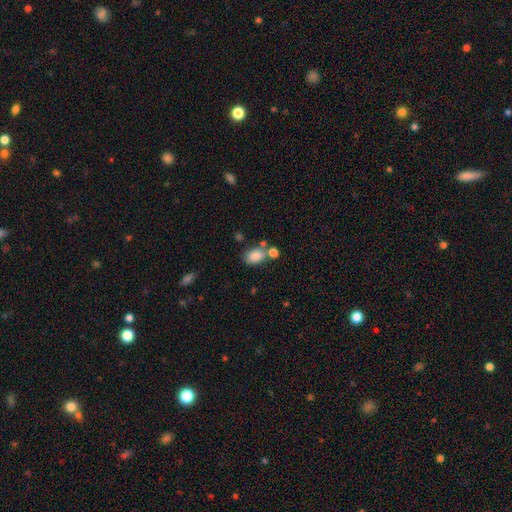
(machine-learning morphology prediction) Smooth or featured?
  - smooth: 85% *
  - star or artifact: 9%
  - featured or disk: 7%
How rounded?
  - in between: 83% *
  - round: 16%
  - cigar-shaped: 1%
Merging?
  - none: 55% *
  - merger: 25%
  - minor disturbance: 15%
  - major disturbance: 6%